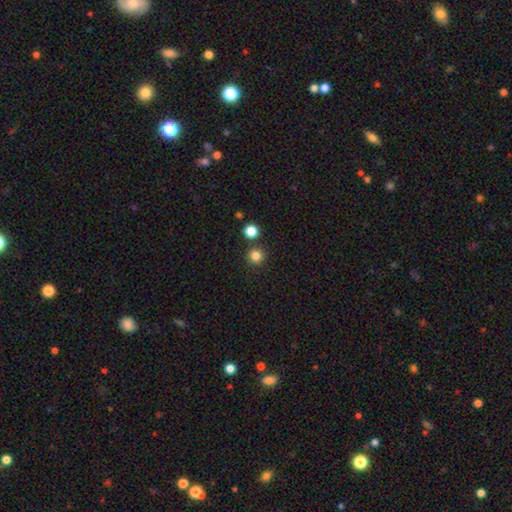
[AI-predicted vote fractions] This appears to be a smooth galaxy with no disk features (83%) that is round (95%). Merging: none (84%).